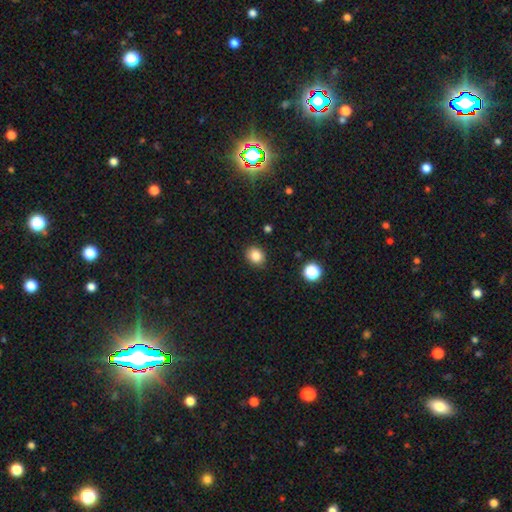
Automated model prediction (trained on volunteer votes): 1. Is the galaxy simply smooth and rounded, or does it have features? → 84% smooth, 11% star or artifact, 5% featured or disk.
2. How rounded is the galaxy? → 63% round, 36% in between, 1% cigar-shaped.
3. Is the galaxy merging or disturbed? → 88% none, 9% minor disturbance, 2% major disturbance, 1% merger.